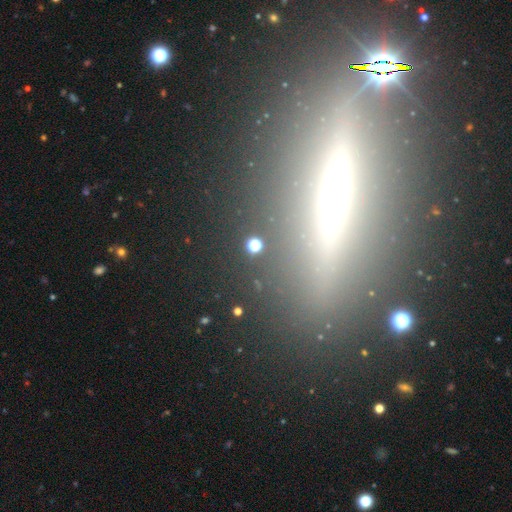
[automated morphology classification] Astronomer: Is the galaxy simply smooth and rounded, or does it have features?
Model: featured or disk — 69%.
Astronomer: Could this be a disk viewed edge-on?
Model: yes — 88%.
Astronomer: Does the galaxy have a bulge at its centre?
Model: rounded — 67%.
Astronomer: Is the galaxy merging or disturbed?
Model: none — 85%.